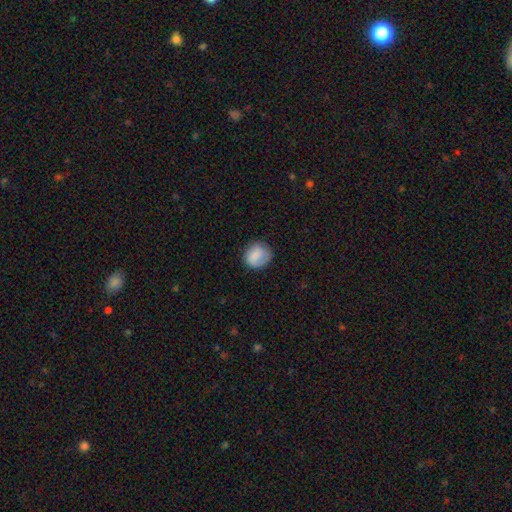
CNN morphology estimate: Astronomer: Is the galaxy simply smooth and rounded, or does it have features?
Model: smooth — 84%.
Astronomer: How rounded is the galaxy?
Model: round — 86%.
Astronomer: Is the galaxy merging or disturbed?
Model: none — 78%.